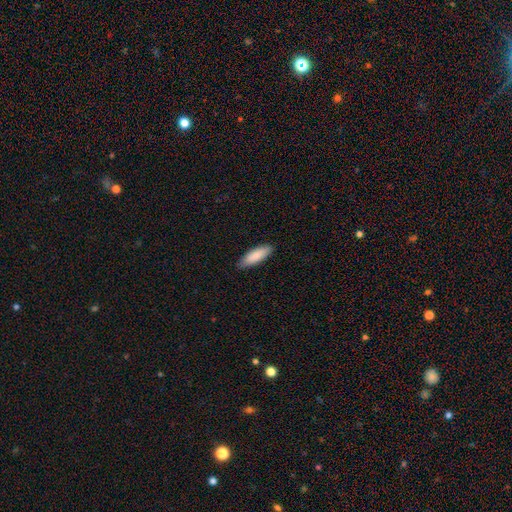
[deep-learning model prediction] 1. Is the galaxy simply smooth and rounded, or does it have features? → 87% smooth, 8% featured or disk, 5% star or artifact.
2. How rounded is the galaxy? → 54% in between, 44% cigar-shaped, 1% round.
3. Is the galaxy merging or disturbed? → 84% none, 13% minor disturbance, 2% major disturbance, 1% merger.